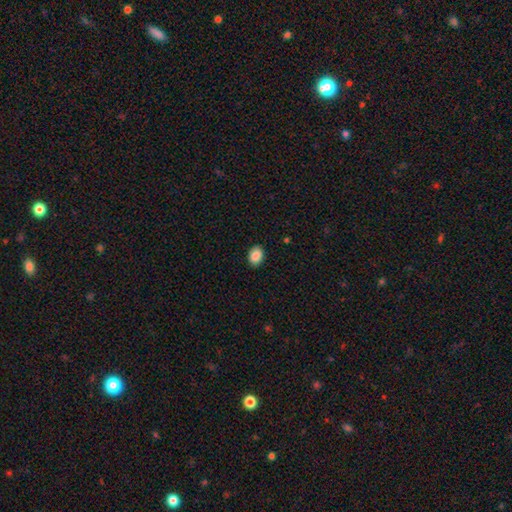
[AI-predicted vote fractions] smooth 89%, star or artifact 8%, featured or disk 3%. Down the decision tree: how rounded — in between (74%); merging — none (89%).